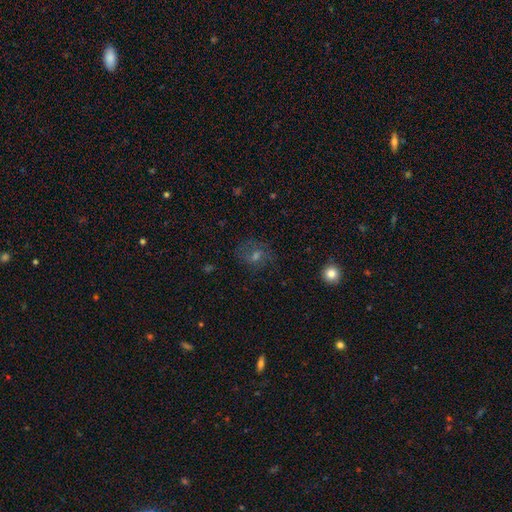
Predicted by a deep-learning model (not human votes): smooth_or_featured: smooth (p=0.38) [alt: featured or disk p=0.37]
merging: none (p=0.70) [alt: minor disturbance p=0.16]